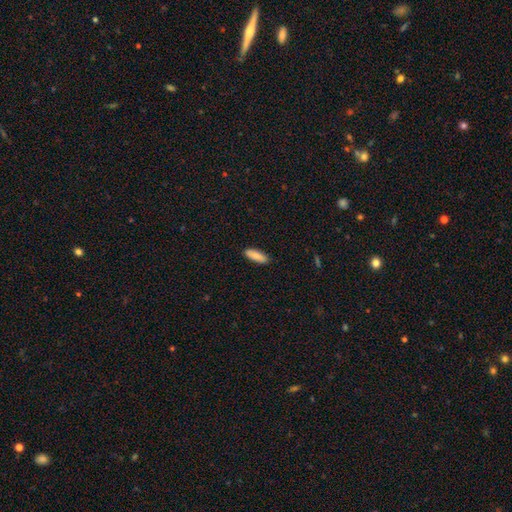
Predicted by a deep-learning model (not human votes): A smooth galaxy with no disk features (87%) that is in between round and cigar-shaped (62%). Merging: none (89%).